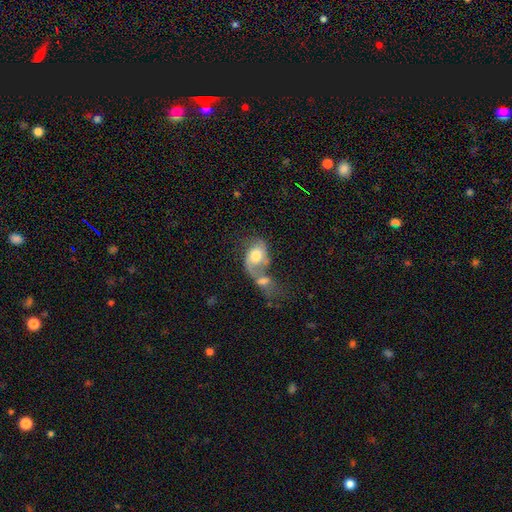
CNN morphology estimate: Smooth or featured? featured or disk (54%)
Edge-on disk? no (96%)
Bar? no (69%)
Spiral arms? yes (77%)
Bulge size? moderate (52%)
Merging? merger (61%)